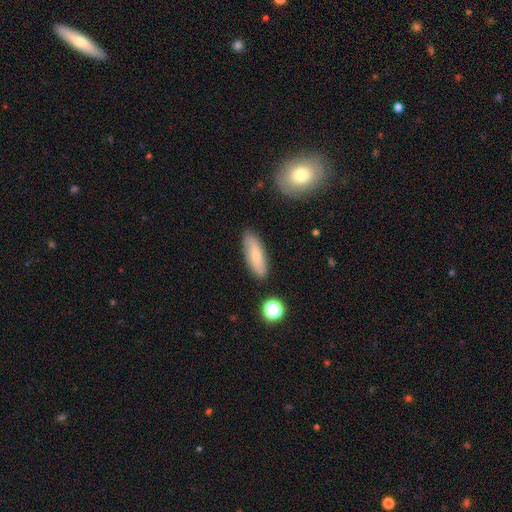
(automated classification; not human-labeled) This appears to be a smooth galaxy with no disk features (71%) that is in between round and cigar-shaped (51%). Merging: none (85%).